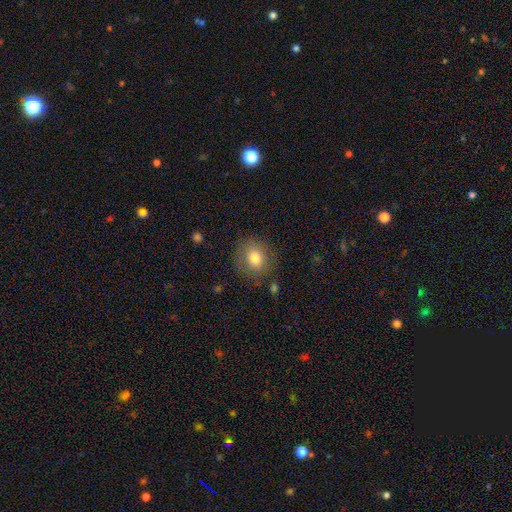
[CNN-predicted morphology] type=smooth (75%); roundness=round (75%); merging=none (84%).